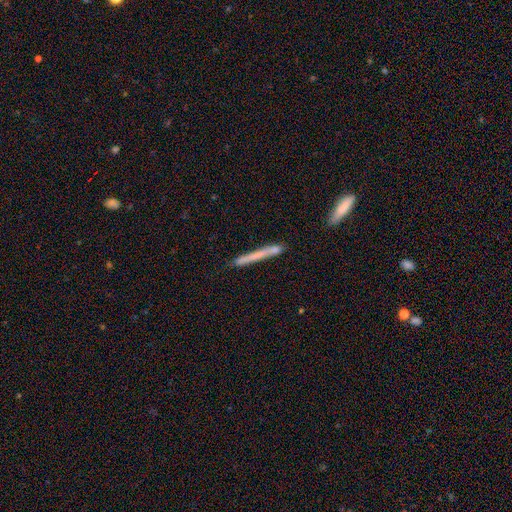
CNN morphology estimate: Overall: smooth (60%; featured or disk 33%). How rounded: cigar-shaped (97%). Merging: none (77%).